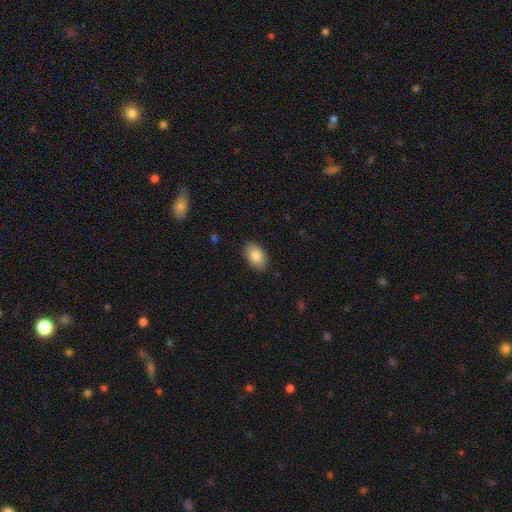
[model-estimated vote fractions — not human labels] A smooth galaxy with no disk features (86%) that is in between round and cigar-shaped (91%).

Vote fractions:
- Smooth or featured? smooth: 86% / featured or disk: 7% / star or artifact: 7%
- How rounded? in between: 91% / round: 8% / cigar-shaped: 1%
- Merging? none: 87% / minor disturbance: 10% / major disturbance: 2% / merger: 1%